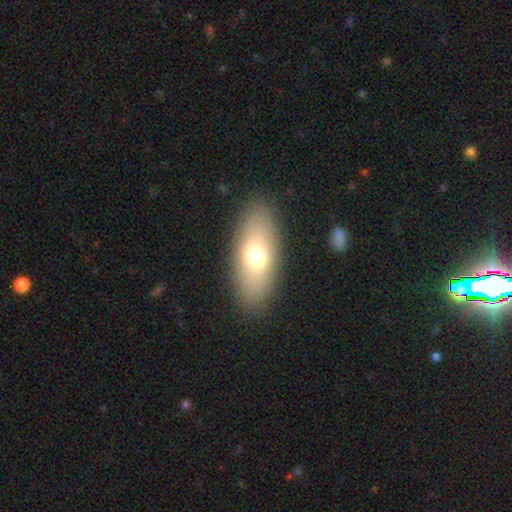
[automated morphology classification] Smooth or featured? Predicted: smooth (p=0.68). How rounded? Predicted: in between (p=0.84). Merging? Predicted: none (p=0.87).